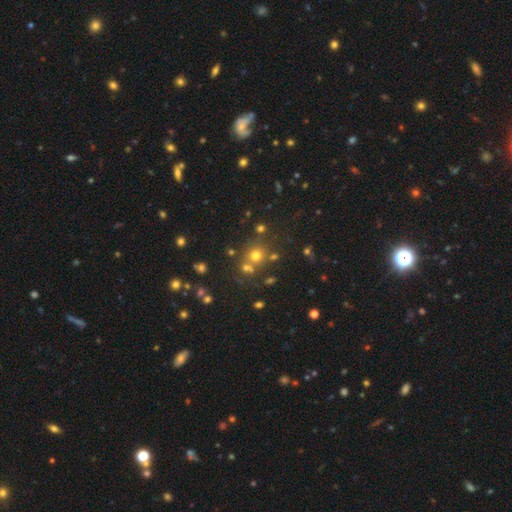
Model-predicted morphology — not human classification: Smooth or featured? Predicted: smooth (p=0.64). How rounded? Predicted: round (p=0.89). Merging? Predicted: none (p=0.68).